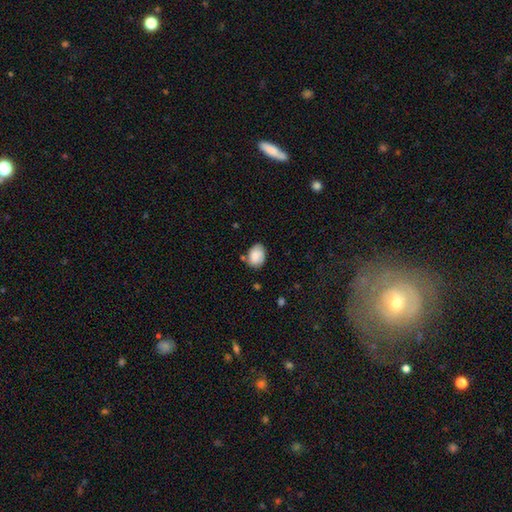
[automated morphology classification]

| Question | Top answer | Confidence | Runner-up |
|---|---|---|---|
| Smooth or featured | smooth | 73% | featured or disk (19%) |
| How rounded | in between | 70% | round (29%) |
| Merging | none | 64% | minor disturbance (24%) |